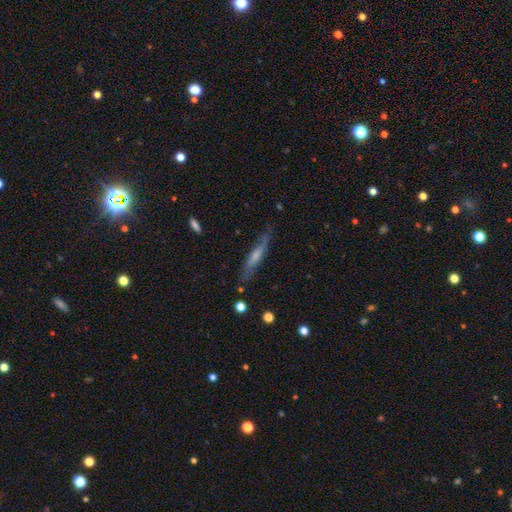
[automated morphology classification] featured or disk 53%, smooth 40%, star or artifact 7%. Down the decision tree: edge-on disk — yes (74%); merging — none (70%).